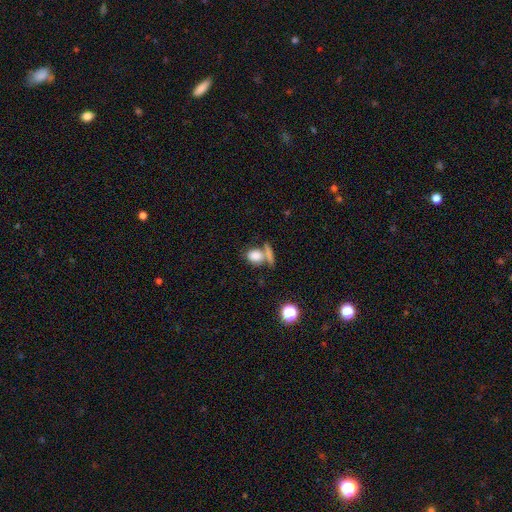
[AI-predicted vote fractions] This appears to be a smooth galaxy with no disk features (80%) that is in between round and cigar-shaped (49%). Merging: none (44%).